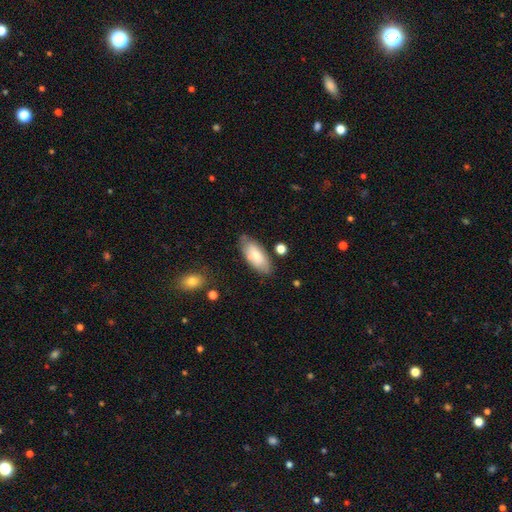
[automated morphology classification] Smooth or featured? Predicted: smooth (p=0.75). How rounded? Predicted: in between (p=0.85). Merging? Predicted: none (p=0.76).